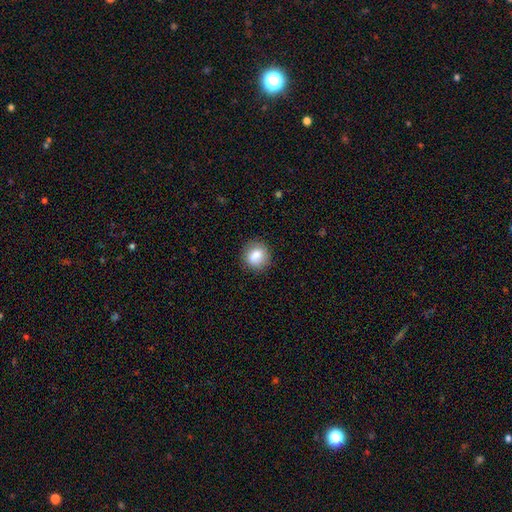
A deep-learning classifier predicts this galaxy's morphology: Smooth or featured? smooth (82%)
How rounded? round (77%)
Merging? none (84%)